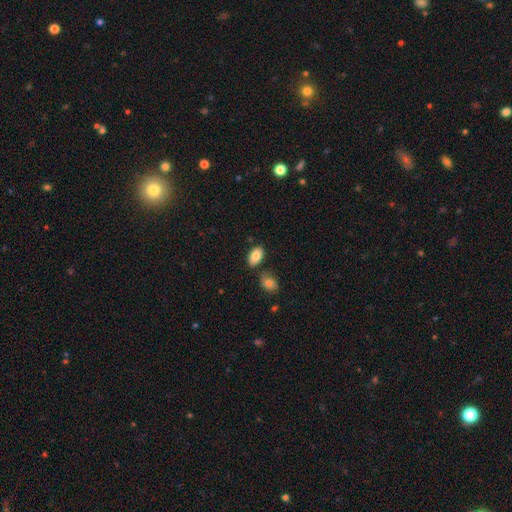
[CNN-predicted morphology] A smooth galaxy with no disk features (86%) that is in between round and cigar-shaped (93%). Merging: none (75%).